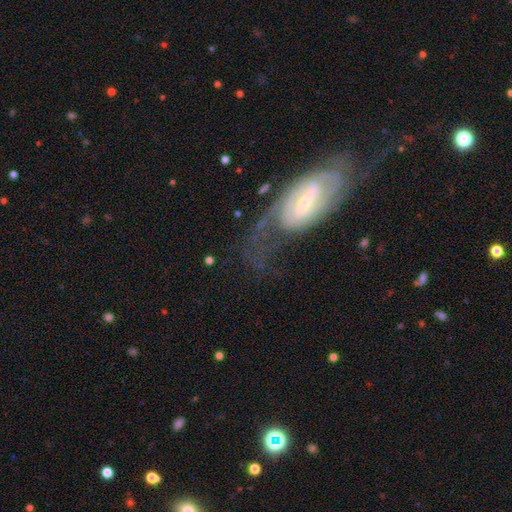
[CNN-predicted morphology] smooth_or_featured: featured or disk (p=0.80) [alt: smooth p=0.11]
disk_edge_on: no (p=0.92) [alt: yes p=0.08]
bar: weak (p=0.44) [alt: strong p=0.37]
has_spiral_arms: yes (p=0.92) [alt: no p=0.08]
spiral_winding: medium (p=0.42) [alt: tight p=0.39]
spiral_arm_count: 2 (p=0.64) [alt: can't tell p=0.20]
bulge_size: small (p=0.67) [alt: moderate p=0.25]
merging: none (p=0.59) [alt: major disturbance p=0.20]